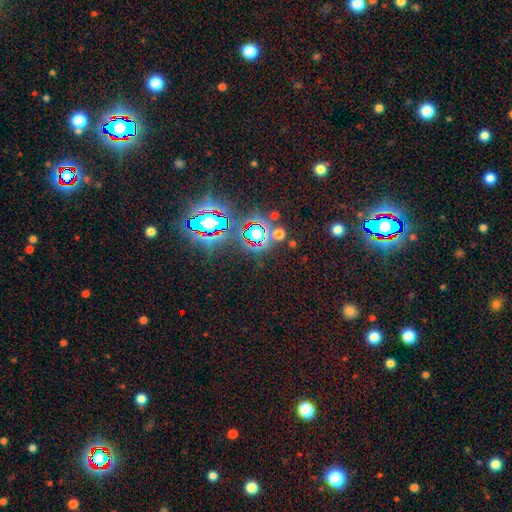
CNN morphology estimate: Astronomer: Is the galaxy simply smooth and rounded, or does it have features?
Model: star or artifact — 83%.